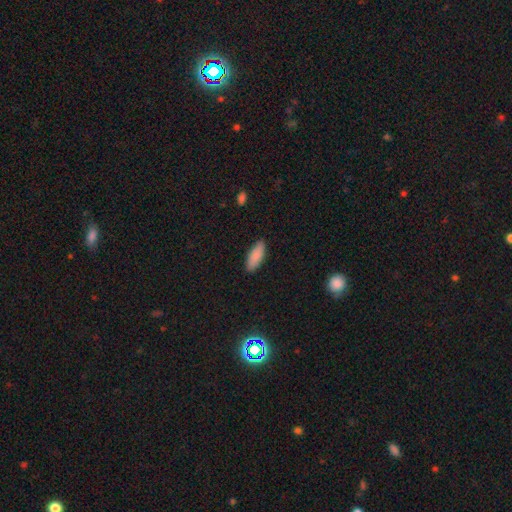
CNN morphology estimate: Smooth or featured?
  - smooth: 89% *
  - star or artifact: 6%
  - featured or disk: 5%
How rounded?
  - in between: 69% *
  - cigar-shaped: 30%
  - round: 2%
Merging?
  - none: 89% *
  - minor disturbance: 9%
  - major disturbance: 2%
  - merger: 1%